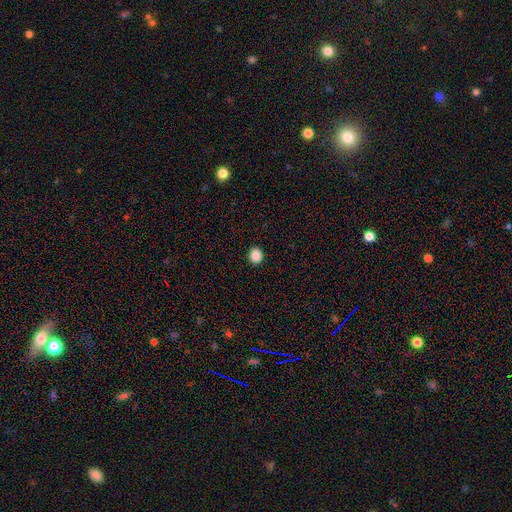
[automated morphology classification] The model was most divided on "how rounded": round: 70%, in between: 29%, cigar-shaped: 1%. More confident: merging — none (92%); smooth or featured — smooth (87%).